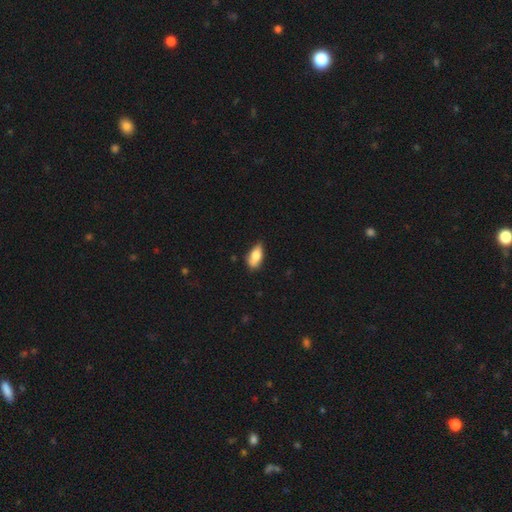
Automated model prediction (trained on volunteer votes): Morphology: type=smooth (77%); roundness=in between (87%); merging=none (57%).